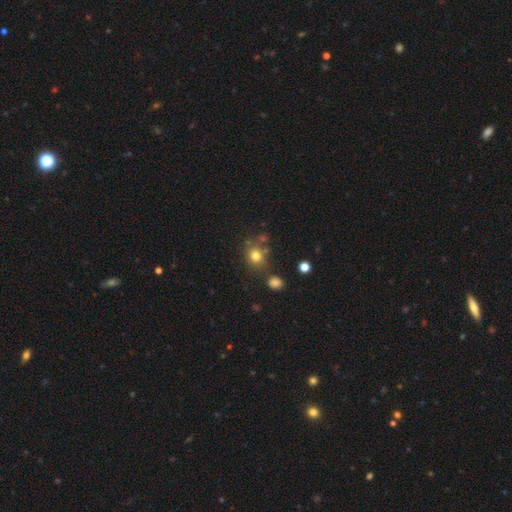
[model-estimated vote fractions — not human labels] Smooth or featured? smooth (76%)
How rounded? round (79%)
Merging? none (70%)